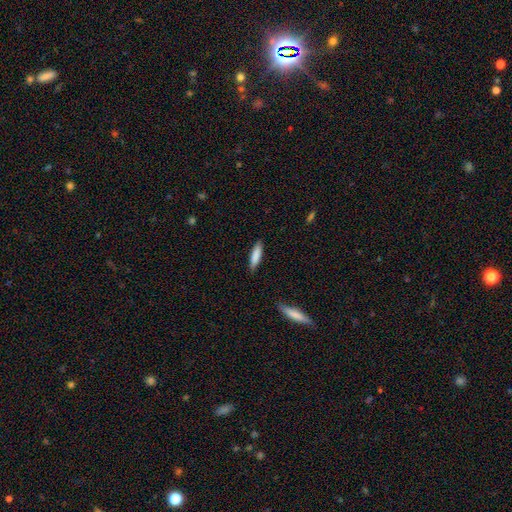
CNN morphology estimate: This appears to be a smooth galaxy with no disk features (83%) that is cigar-shaped (72%). Merging: none (86%).